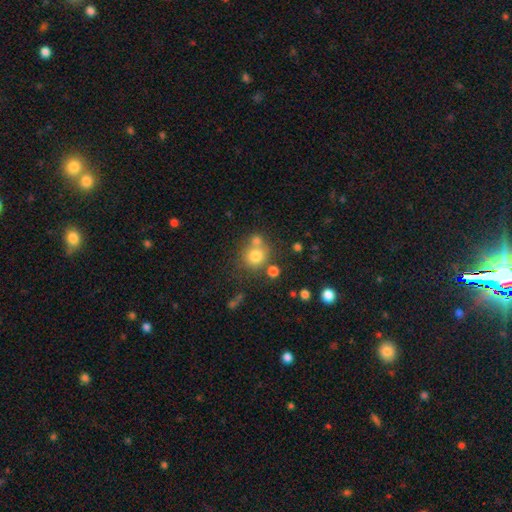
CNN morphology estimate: The model was most divided on "merging": none: 60%, merger: 26%, minor disturbance: 10%, major disturbance: 4%. More confident: how rounded — round (87%); smooth or featured — smooth (76%).